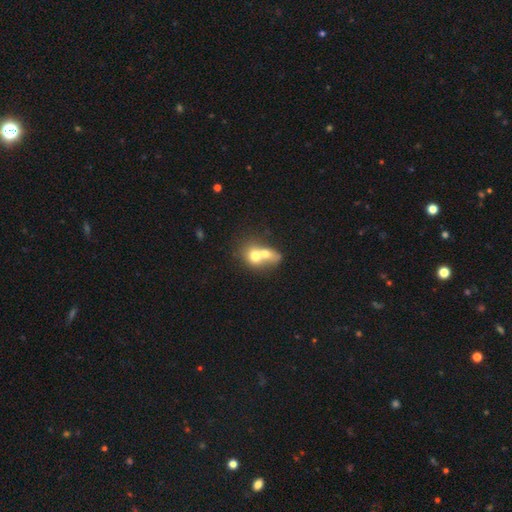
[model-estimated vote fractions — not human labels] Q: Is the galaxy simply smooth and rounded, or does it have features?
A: smooth — 65%.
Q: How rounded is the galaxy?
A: round — 55%.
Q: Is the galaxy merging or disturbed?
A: merger — 76%.